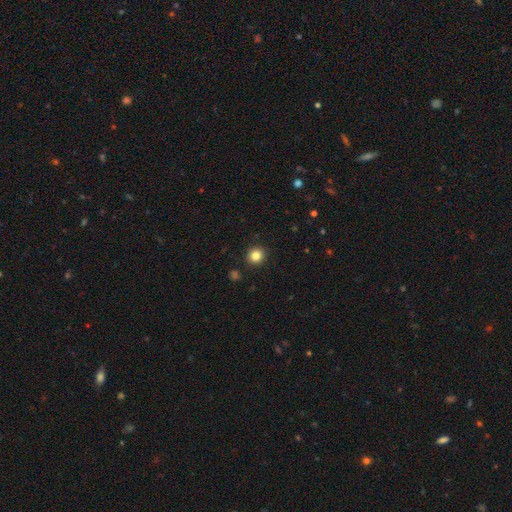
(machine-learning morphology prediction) This is clearly a smooth galaxy (83%). How rounded: clearly round (93%). Merging: clearly none (93%).